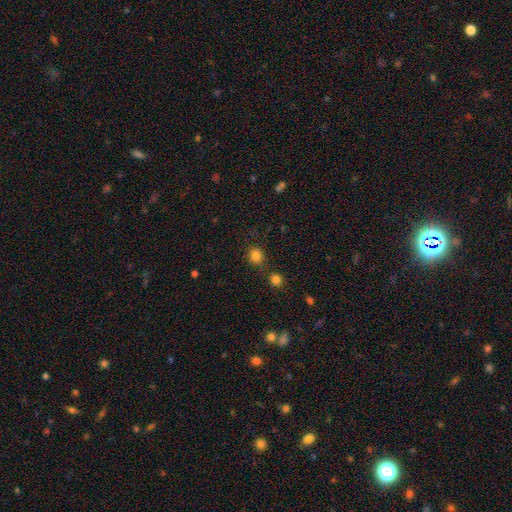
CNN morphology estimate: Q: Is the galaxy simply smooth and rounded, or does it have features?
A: smooth — 82%.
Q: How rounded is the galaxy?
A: round — 84%.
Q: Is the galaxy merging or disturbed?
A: none — 77%.